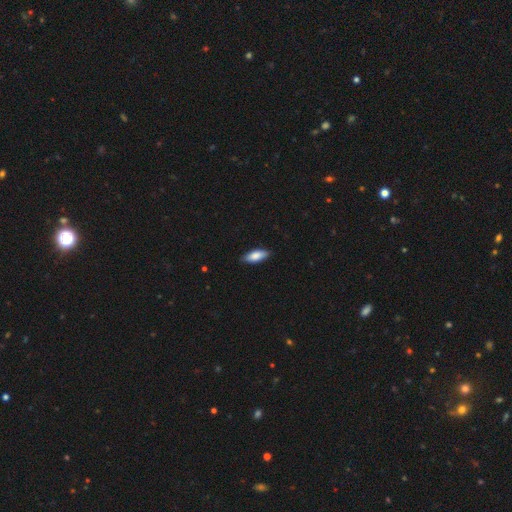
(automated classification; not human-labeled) This appears to be a smooth galaxy with no disk features (83%) that is in between round and cigar-shaped (77%). Merging: none (85%).